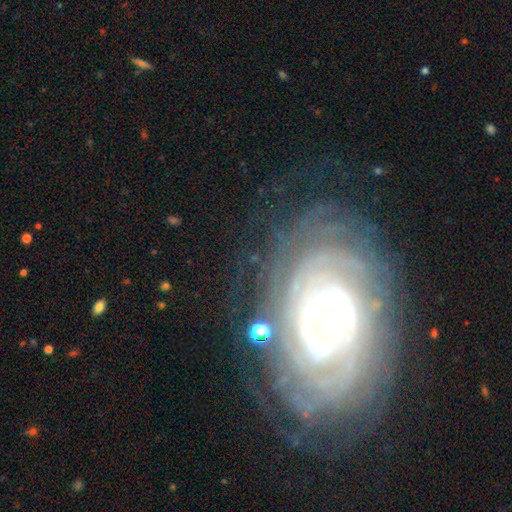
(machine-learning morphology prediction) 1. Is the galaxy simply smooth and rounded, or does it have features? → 88% featured or disk, 6% star or artifact, 6% smooth.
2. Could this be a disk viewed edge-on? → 96% no, 4% yes.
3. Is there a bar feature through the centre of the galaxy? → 67% no, 21% weak, 12% strong.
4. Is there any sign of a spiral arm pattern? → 96% yes, 4% no.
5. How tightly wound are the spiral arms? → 83% tight, 14% medium, 3% loose.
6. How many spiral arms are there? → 32% can't tell, 18% more than 4, 15% 2, 14% 3, 14% 4, 7% 1.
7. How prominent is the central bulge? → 55% moderate, 36% small, 7% large, 1% dominant, 1% none.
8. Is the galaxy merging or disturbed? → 74% none, 16% minor disturbance, 8% major disturbance, 3% merger.